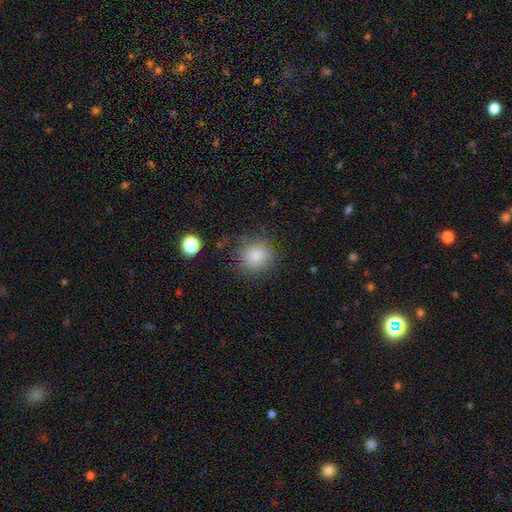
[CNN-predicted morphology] This appears to be a smooth galaxy with no disk features (83%) that is round (87%). Merging: none (80%).